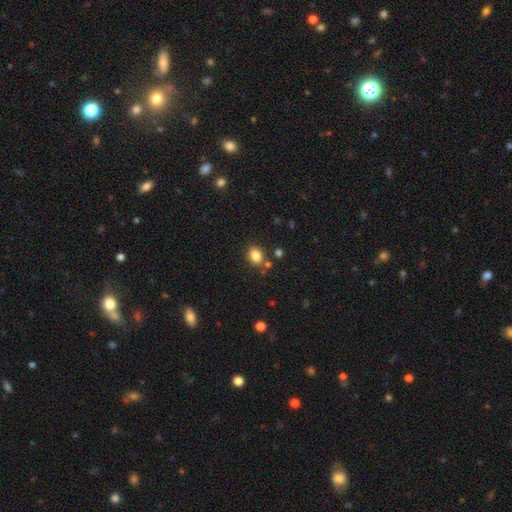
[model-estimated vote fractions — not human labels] Smooth or featured?
  - smooth: 84% *
  - star or artifact: 11%
  - featured or disk: 6%
How rounded?
  - in between: 56% *
  - round: 43%
  - cigar-shaped: 1%
Merging?
  - none: 78% *
  - minor disturbance: 11%
  - merger: 8%
  - major disturbance: 3%